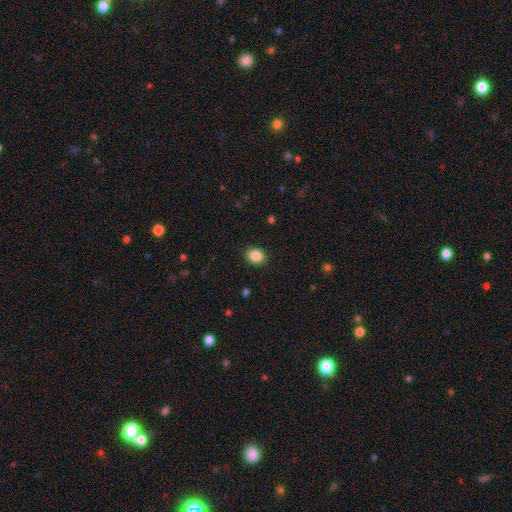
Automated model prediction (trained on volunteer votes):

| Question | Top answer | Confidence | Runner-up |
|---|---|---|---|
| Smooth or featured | smooth | 87% | star or artifact (8%) |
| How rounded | in between | 61% | round (38%) |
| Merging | none | 89% | minor disturbance (8%) |